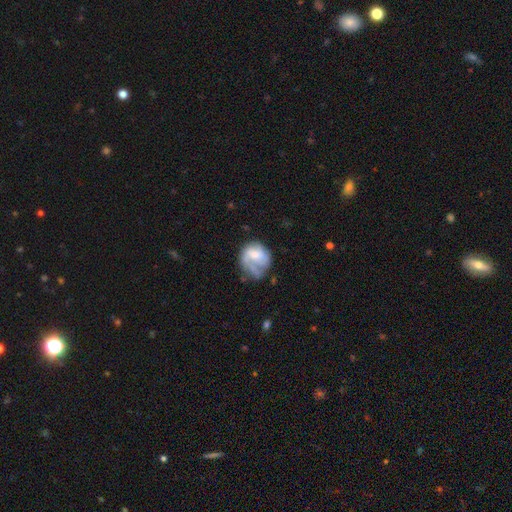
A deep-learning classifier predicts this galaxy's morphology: Smooth or featured? featured or disk (49%)
Merging? none (35%)